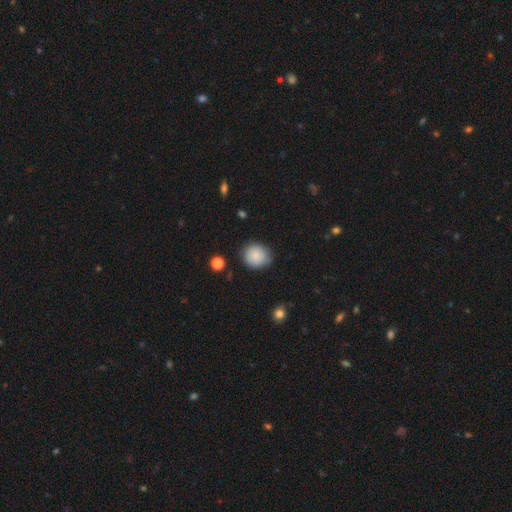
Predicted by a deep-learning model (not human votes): Overall: smooth (84%). How rounded: round (84%). Merging: none (77%).